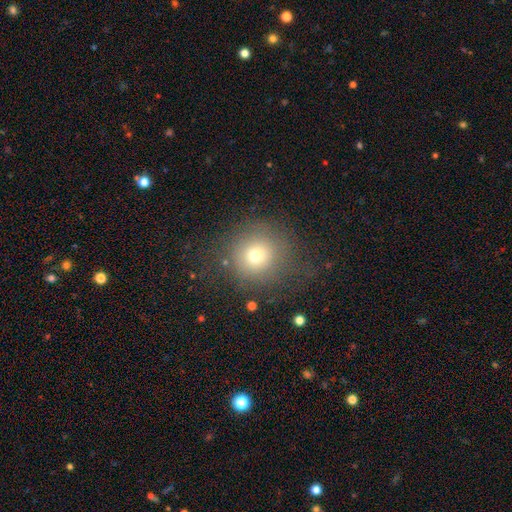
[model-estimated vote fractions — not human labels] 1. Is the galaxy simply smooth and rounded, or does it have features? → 70% smooth, 16% star or artifact, 14% featured or disk.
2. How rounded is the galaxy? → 93% round, 6% in between, 1% cigar-shaped.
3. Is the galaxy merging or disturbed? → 69% none, 15% minor disturbance, 13% major disturbance, 2% merger.